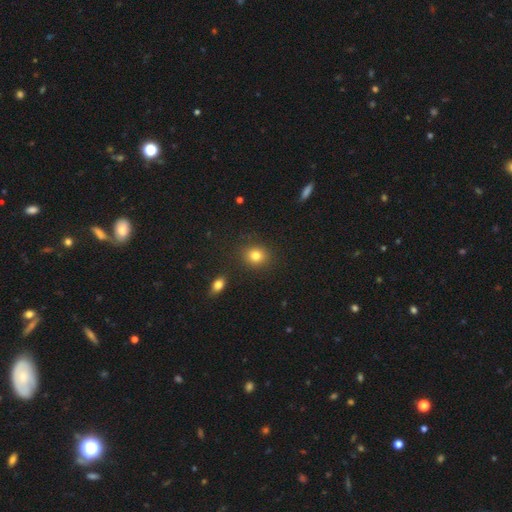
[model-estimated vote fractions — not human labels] Smooth or featured? Predicted: smooth (p=0.81). How rounded? Predicted: round (p=0.75). Merging? Predicted: none (p=0.87).